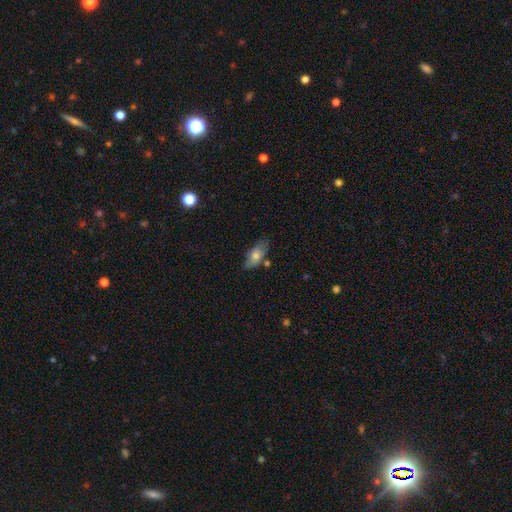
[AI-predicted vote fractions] This is likely a smooth galaxy (68%). How rounded: clearly in between (85%). Merging: likely none (68%).